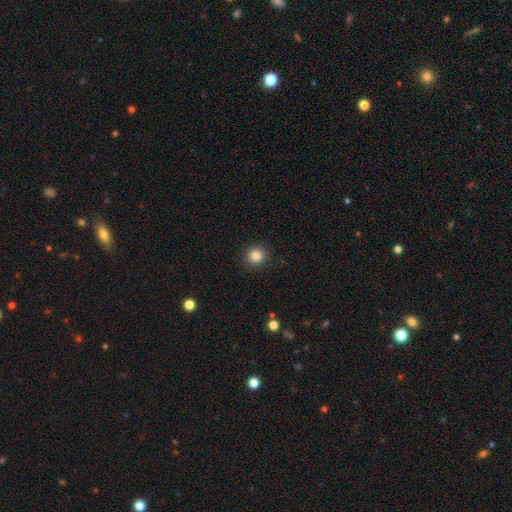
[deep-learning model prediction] The model was most divided on "smooth or featured": smooth: 86%, star or artifact: 11%, featured or disk: 4%. More confident: how rounded — round (94%); merging — none (91%).